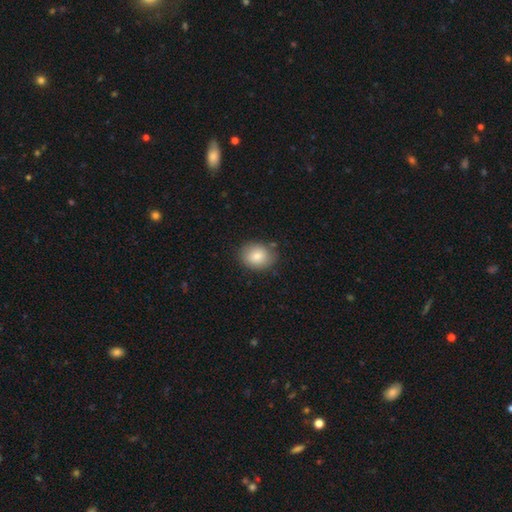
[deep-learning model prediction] Smooth or featured? Predicted: smooth (p=0.81). How rounded? Predicted: round (p=0.54). Merging? Predicted: none (p=0.82).